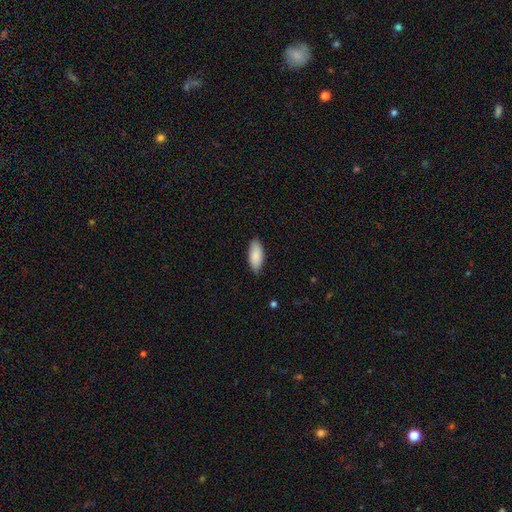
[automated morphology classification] A smooth galaxy with no disk features (89%) that is in between round and cigar-shaped (84%).

Vote fractions:
- Smooth or featured? smooth: 89% / featured or disk: 6% / star or artifact: 5%
- How rounded? in between: 84% / cigar-shaped: 14% / round: 2%
- Merging? none: 84% / minor disturbance: 13% / major disturbance: 2% / merger: 1%